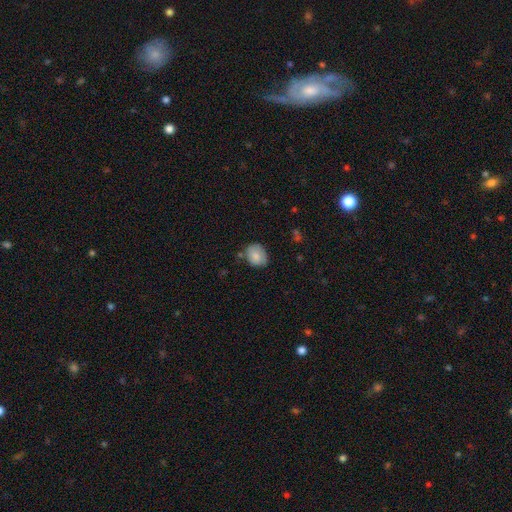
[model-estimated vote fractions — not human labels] Smooth or featured? smooth (82%)
How rounded? in between (52%)
Merging? none (68%)